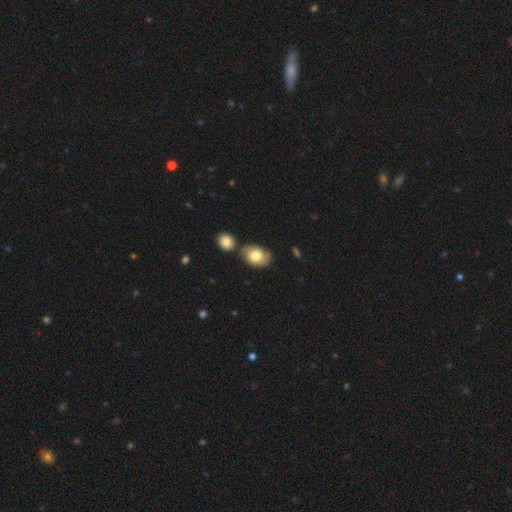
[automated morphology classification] Smooth or featured? smooth (70%)
How rounded? in between (83%)
Merging? none (57%)